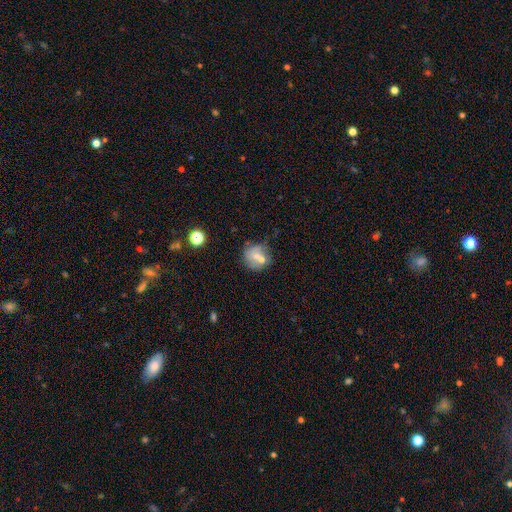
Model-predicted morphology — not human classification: Smooth or featured? smooth (60%)
How rounded? round (77%)
Merging? none (47%)